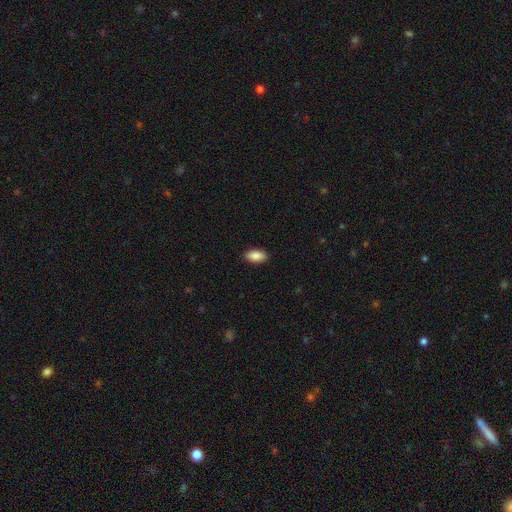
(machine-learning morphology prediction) This is clearly a smooth galaxy (89%). How rounded: clearly in between (94%). Merging: clearly none (90%).